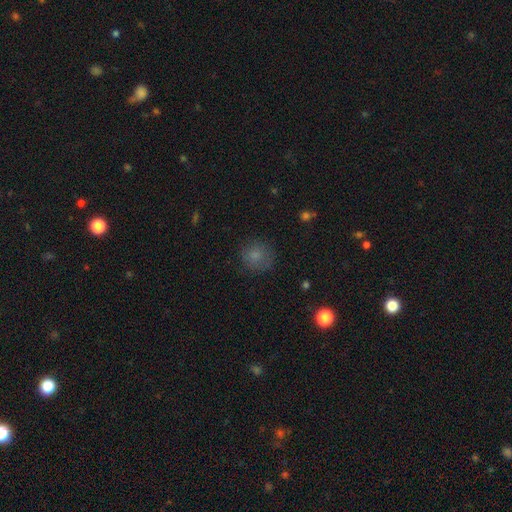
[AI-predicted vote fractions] smooth 78%, star or artifact 12%, featured or disk 10%. Down the decision tree: how rounded — round (86%); merging — none (76%).